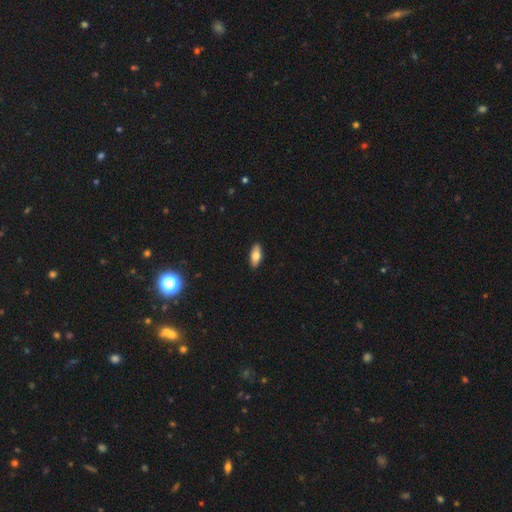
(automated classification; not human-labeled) Smooth or featured: smooth — 75% (featured or disk — 18%)
How rounded: in between — 84% (cigar-shaped — 14%)
Merging: none — 90% (minor disturbance — 7%)